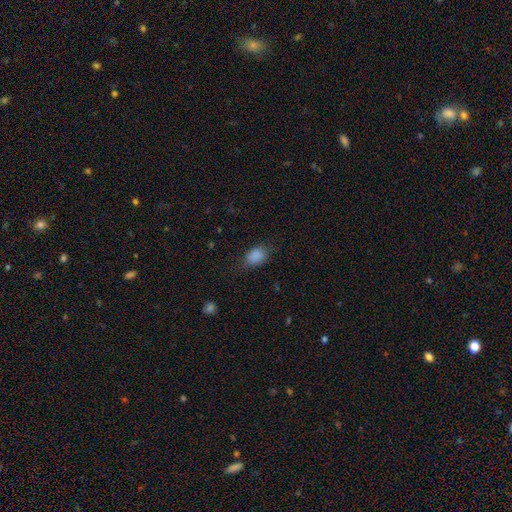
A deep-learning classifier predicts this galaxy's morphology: The model was most divided on "merging": none: 68%, minor disturbance: 23%, major disturbance: 8%, merger: 1%. More confident: smooth or featured — smooth (86%); how rounded — in between (77%).